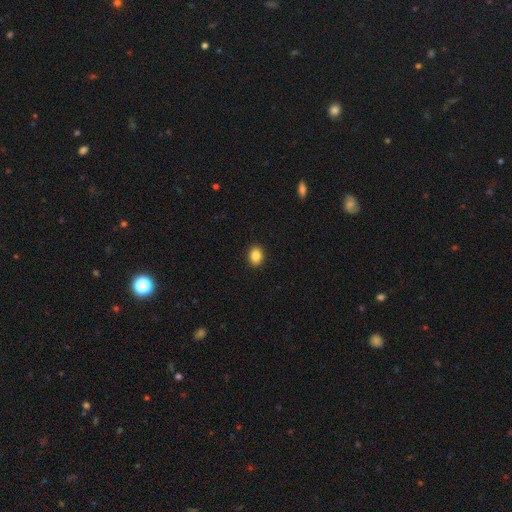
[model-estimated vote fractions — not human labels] Smooth or featured? Predicted: smooth (p=0.86). How rounded? Predicted: in between (p=0.61). Merging? Predicted: none (p=0.91).